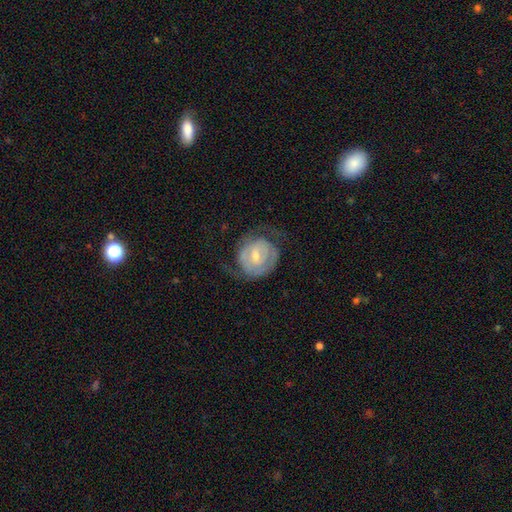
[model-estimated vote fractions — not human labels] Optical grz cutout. It shows a featured or disk galaxy (70%) with a weak bar (52%), 2 (53%) tight (54%) spiral arms (75%) and a small central bulge (48%). Merging: none (57%).